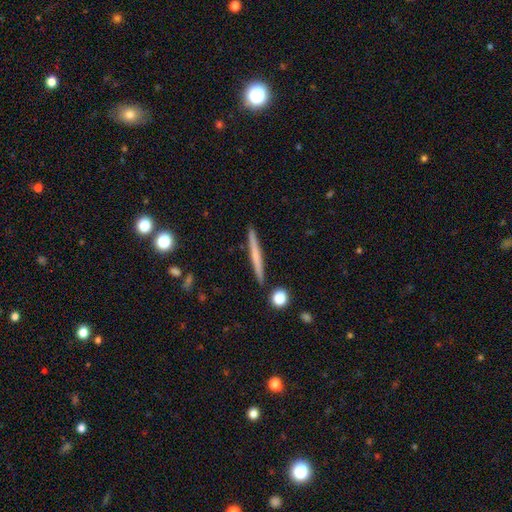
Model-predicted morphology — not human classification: A smooth galaxy with no disk features (51%) that is cigar-shaped (96%). Merging: none (91%).